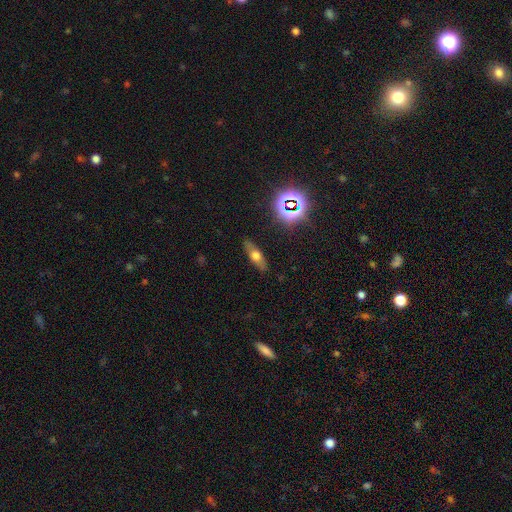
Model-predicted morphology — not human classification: Smooth or featured? smooth (48%)
Merging? none (85%)